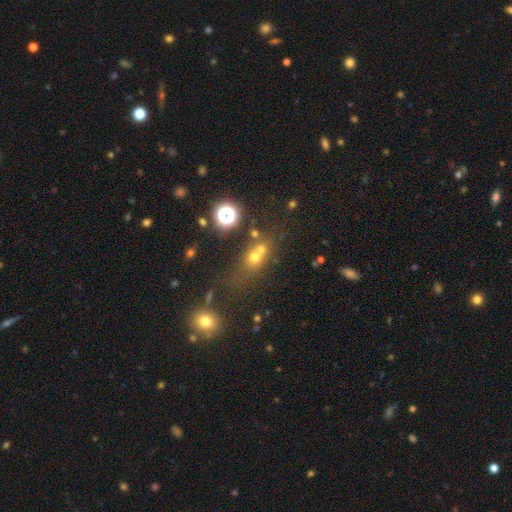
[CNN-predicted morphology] smooth-or-featured: smooth: 55% | star or artifact: 28% | featured or disk: 16%
  how-rounded: round: 65% | in between: 30% | cigar-shaped: 5%
  merging: none: 42% | merger: 40% | minor disturbance: 11% | major disturbance: 7%